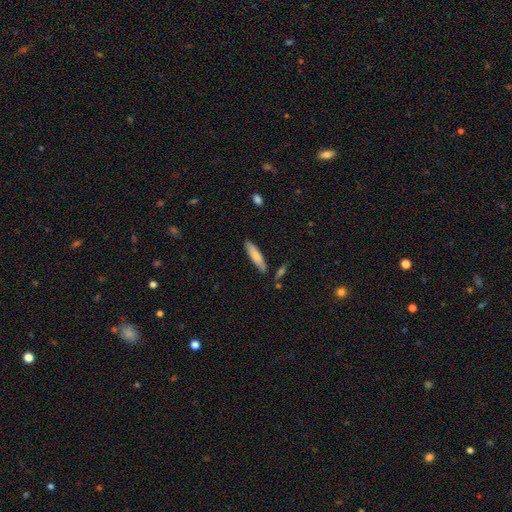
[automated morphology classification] A smooth galaxy with no disk features (77%) that is cigar-shaped (77%).

Vote fractions:
- Smooth or featured? smooth: 77% / featured or disk: 18% / star or artifact: 6%
- How rounded? cigar-shaped: 77% / in between: 22% / round: 1%
- Merging? none: 83% / minor disturbance: 11% / merger: 4% / major disturbance: 2%